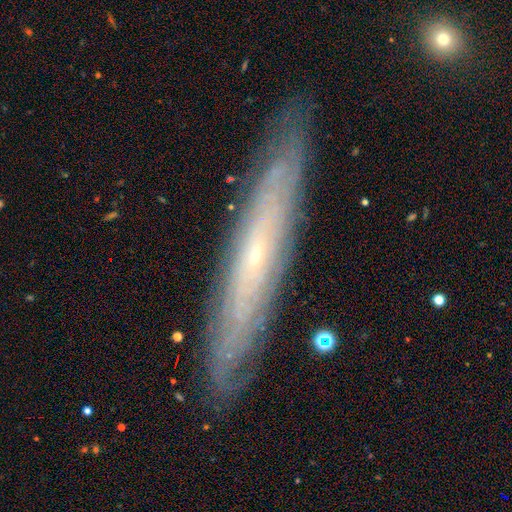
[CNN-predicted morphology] featured or disk 74%, smooth 18%, star or artifact 8%. Down the decision tree: edge-on disk — yes (66%); merging — none (87%).